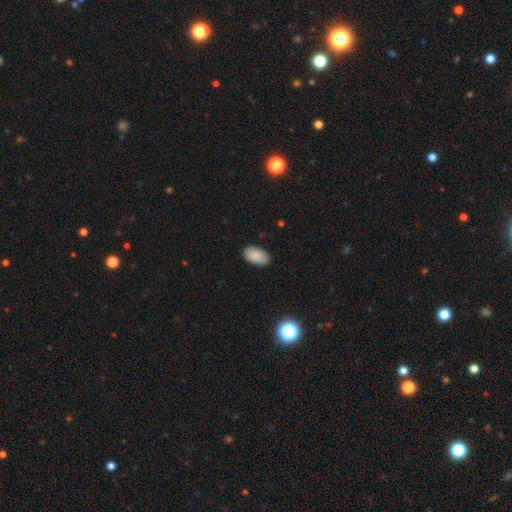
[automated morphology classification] Smooth or featured? smooth (89%)
How rounded? in between (95%)
Merging? none (87%)